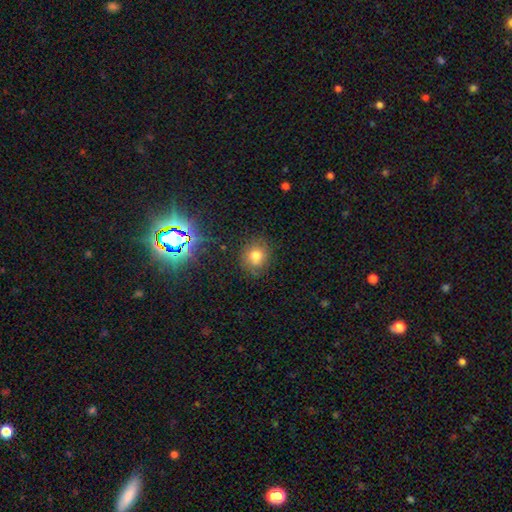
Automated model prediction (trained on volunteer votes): This appears to be a smooth galaxy with no disk features (72%) that is round (81%). Merging: none (79%).